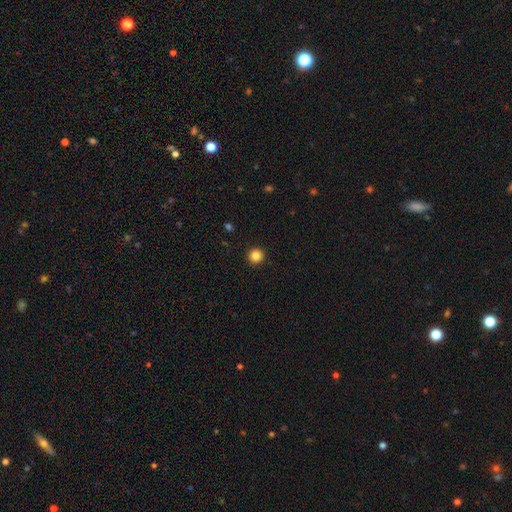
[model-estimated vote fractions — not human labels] Morphology: type=smooth (85%); roundness=round (94%); merging=none (93%).